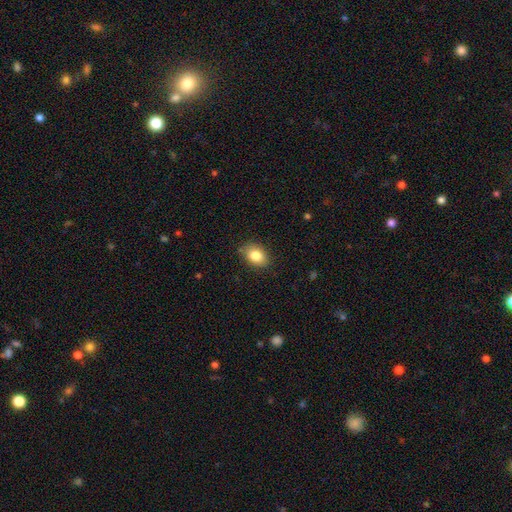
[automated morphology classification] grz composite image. It shows a smooth galaxy with no disk features (83%) that is in between round and cigar-shaped (72%). Merging: none (84%).